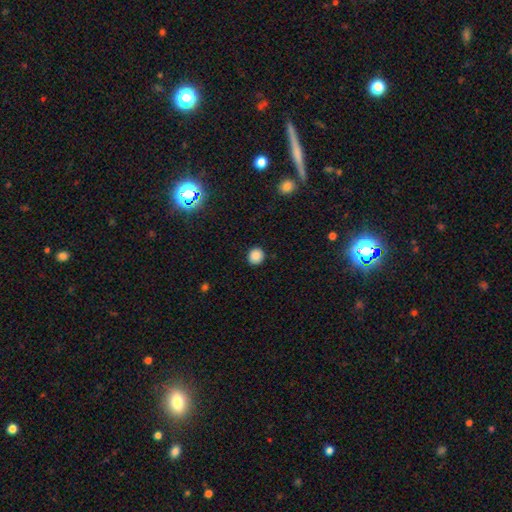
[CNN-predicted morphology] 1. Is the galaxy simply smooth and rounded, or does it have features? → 86% smooth, 11% star or artifact, 3% featured or disk.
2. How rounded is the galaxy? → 91% round, 8% in between, 1% cigar-shaped.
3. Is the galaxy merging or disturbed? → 91% none, 6% minor disturbance, 2% major disturbance, 1% merger.